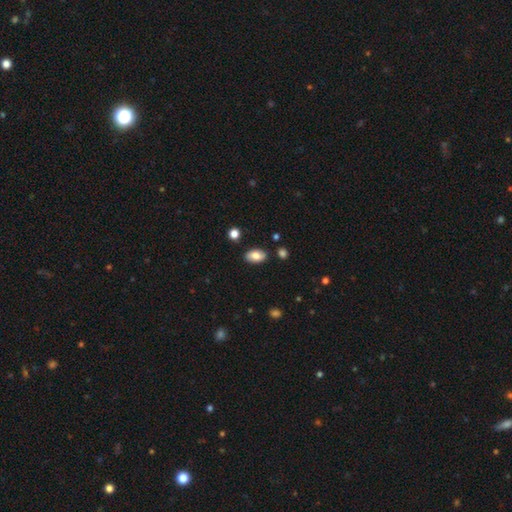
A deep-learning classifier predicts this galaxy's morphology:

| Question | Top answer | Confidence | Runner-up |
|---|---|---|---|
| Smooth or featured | smooth | 80% | featured or disk (12%) |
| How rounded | in between | 93% | round (5%) |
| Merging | none | 85% | minor disturbance (11%) |